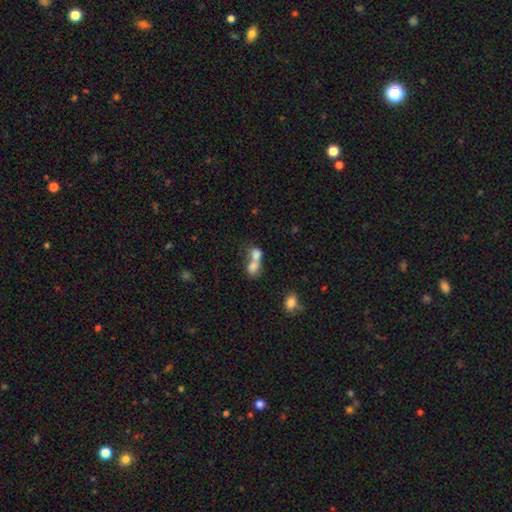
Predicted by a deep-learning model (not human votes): Smooth or featured?
  - smooth: 75% *
  - featured or disk: 14%
  - star or artifact: 10%
How rounded?
  - in between: 56% *
  - round: 41%
  - cigar-shaped: 2%
Merging?
  - merger: 74% *
  - none: 17%
  - minor disturbance: 5%
  - major disturbance: 4%